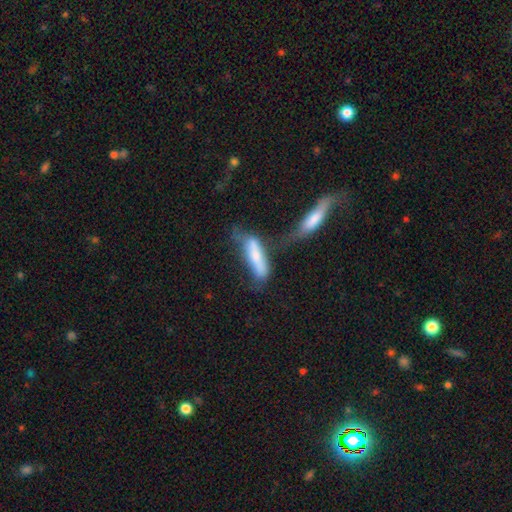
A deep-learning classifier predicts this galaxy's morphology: smooth_or_featured: smooth (p=0.63) [alt: featured or disk p=0.30]
how_rounded: cigar-shaped (p=0.64) [alt: in between p=0.34]
merging: merger (p=0.42) [alt: none p=0.25]